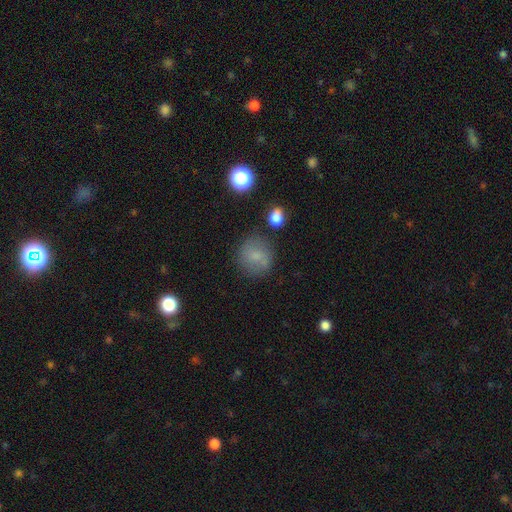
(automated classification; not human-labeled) Smooth or featured? Predicted: smooth (p=0.72). How rounded? Predicted: round (p=0.86). Merging? Predicted: none (p=0.73).